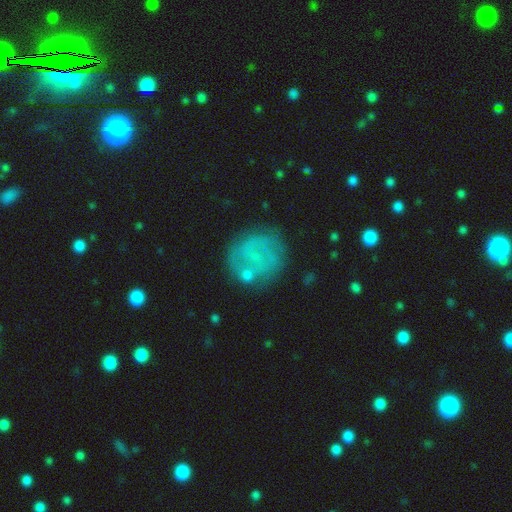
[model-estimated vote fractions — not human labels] This appears to be a featured or disk galaxy (48%). Merging: none (69%).